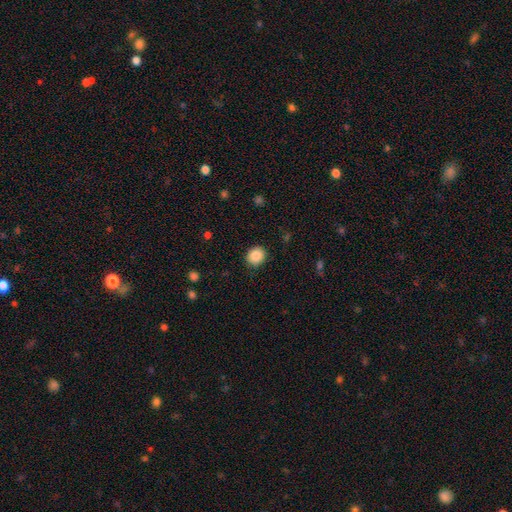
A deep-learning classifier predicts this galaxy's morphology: smooth_or_featured: smooth (p=0.87) [alt: star or artifact p=0.09]
how_rounded: round (p=0.84) [alt: in between p=0.15]
merging: none (p=0.90) [alt: minor disturbance p=0.07]